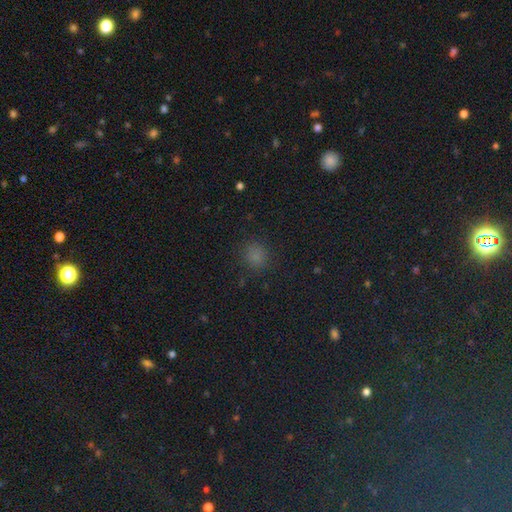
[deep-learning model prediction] Smooth or featured?
  - smooth: 77% *
  - star or artifact: 19%
  - featured or disk: 4%
How rounded?
  - round: 84% *
  - in between: 15%
  - cigar-shaped: 1%
Merging?
  - none: 86% *
  - minor disturbance: 9%
  - major disturbance: 3%
  - merger: 1%